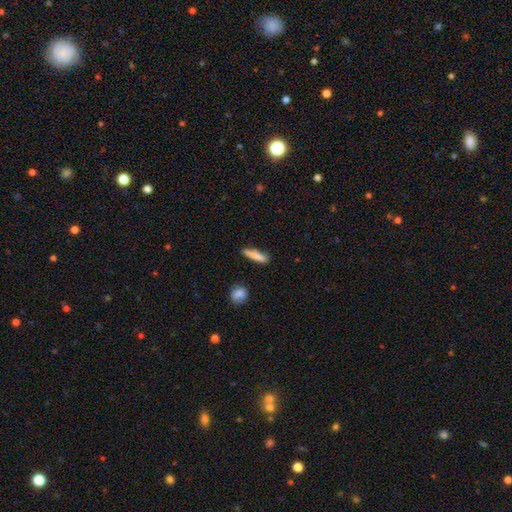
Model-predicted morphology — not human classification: Q: Smooth or featured?
A: smooth (83%); runner-up: featured or disk (11%)
Q: How rounded?
A: cigar-shaped (83%); runner-up: in between (15%)
Q: Merging?
A: none (83%); runner-up: minor disturbance (12%)